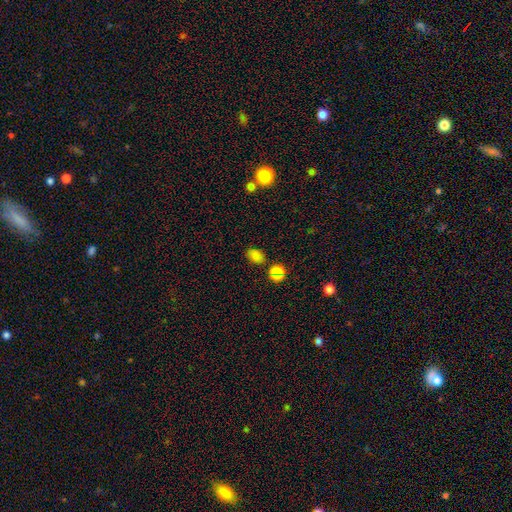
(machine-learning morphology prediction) type=smooth (78%); roundness=in between (75%); merging=none (75%).